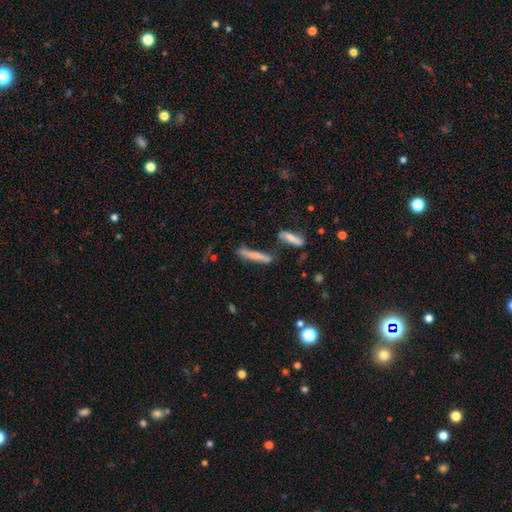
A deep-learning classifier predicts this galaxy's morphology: Smooth or featured? Predicted: smooth (p=0.64). How rounded? Predicted: cigar-shaped (p=0.91). Merging? Predicted: none (p=0.68).